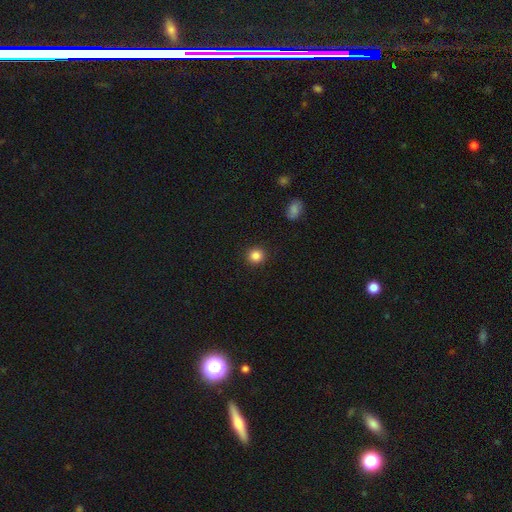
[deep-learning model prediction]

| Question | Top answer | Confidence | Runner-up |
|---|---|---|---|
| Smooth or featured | smooth | 85% | star or artifact (11%) |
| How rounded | round | 91% | in between (8%) |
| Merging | none | 92% | minor disturbance (5%) |